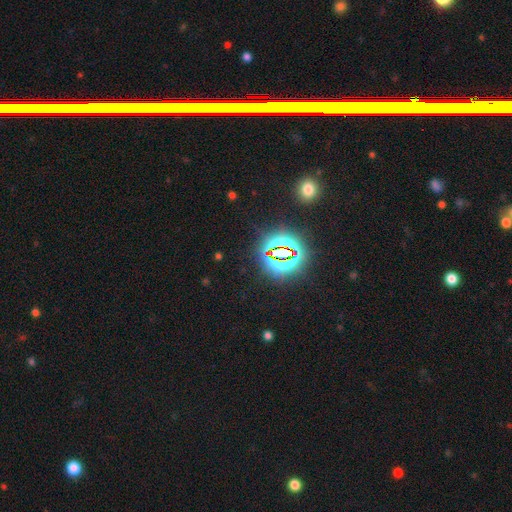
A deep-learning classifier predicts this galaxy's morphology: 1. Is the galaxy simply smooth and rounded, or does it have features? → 80% star or artifact, 11% smooth, 9% featured or disk.